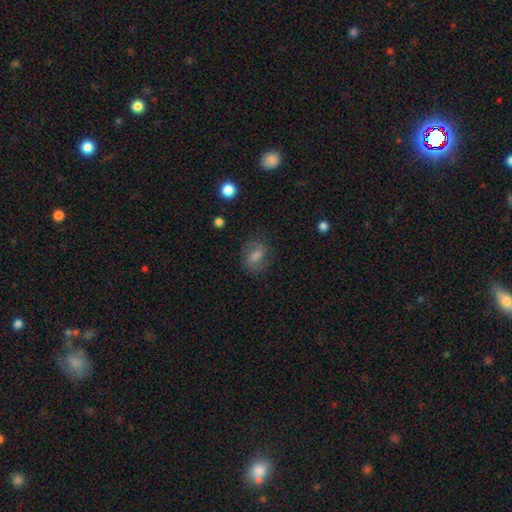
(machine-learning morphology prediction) A smooth galaxy with no disk features (60%) that is in between round and cigar-shaped (61%). Merging: none (77%).